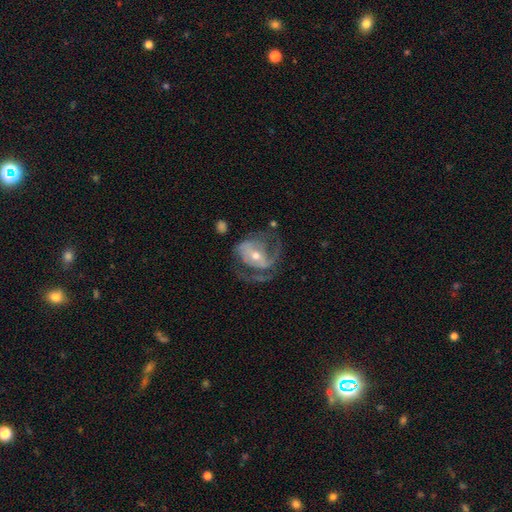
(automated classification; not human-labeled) Smooth or featured: featured or disk — 82% (smooth — 12%)
Edge-on disk: no — 96% (yes — 4%)
Bar: weak — 36% (strong — 32%)
Spiral arms: yes — 86% (no — 14%)
Spiral winding: medium — 46% (tight — 32%)
Spiral arm count: 2 — 60% (can't tell — 16%)
Bulge size: moderate — 54% (small — 41%)
Merging: none — 49% (major disturbance — 29%)